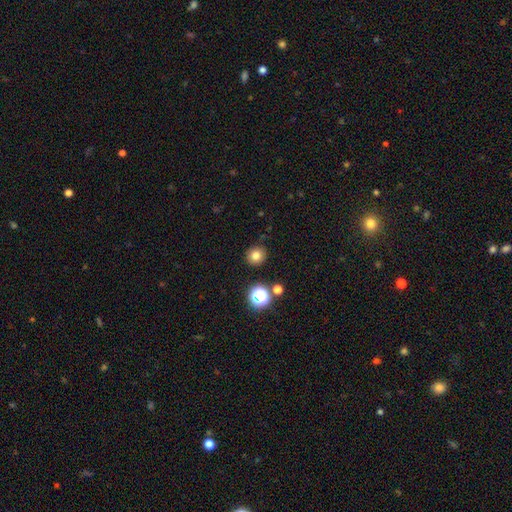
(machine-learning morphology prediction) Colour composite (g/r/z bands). It shows a smooth galaxy with no disk features (77%) that is round (88%). Merging: none (87%).